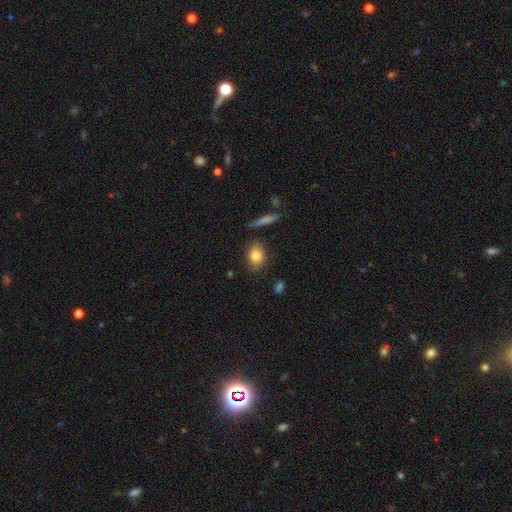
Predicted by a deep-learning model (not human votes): Q: Smooth or featured?
A: smooth (82%); runner-up: featured or disk (10%)
Q: How rounded?
A: in between (68%); runner-up: round (29%)
Q: Merging?
A: none (80%); runner-up: minor disturbance (14%)